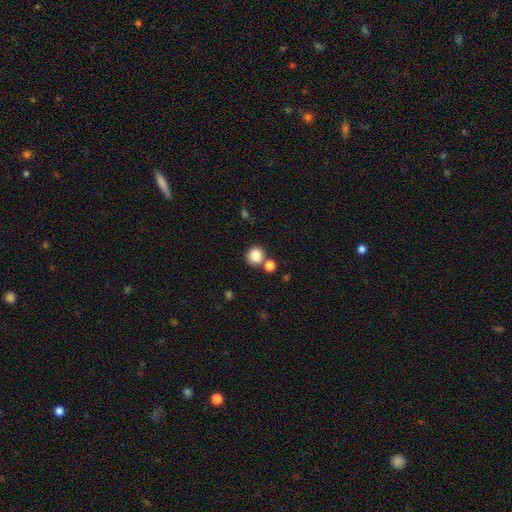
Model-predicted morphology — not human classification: This appears to be a smooth galaxy with no disk features (85%) that is round (88%). Merging: none (67%).